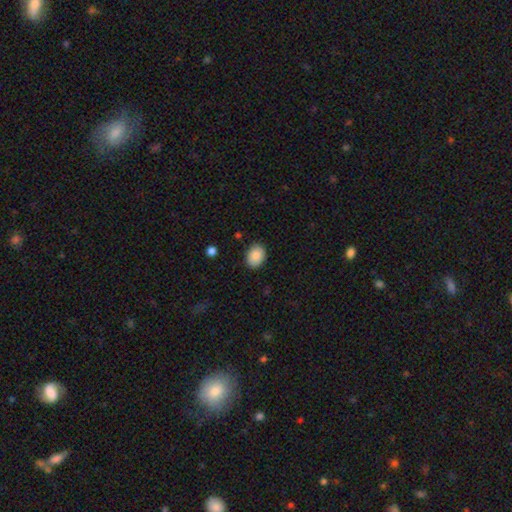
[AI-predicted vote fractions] smooth_or_featured: smooth (p=0.88) [alt: star or artifact p=0.07]
how_rounded: in between (p=0.69) [alt: round p=0.30]
merging: none (p=0.87) [alt: minor disturbance p=0.10]